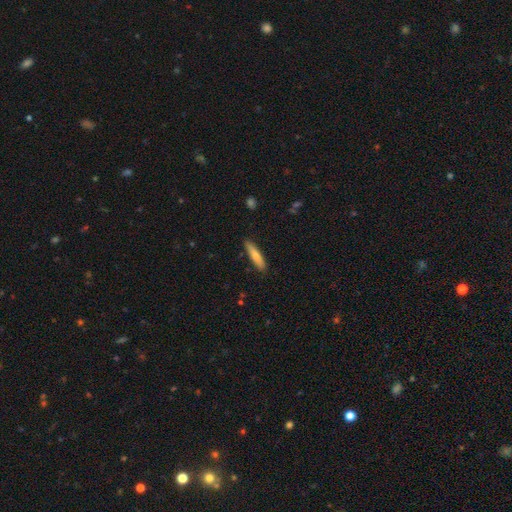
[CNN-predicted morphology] smooth 75%, featured or disk 19%, star or artifact 6%. Down the decision tree: how rounded — cigar-shaped (84%); merging — none (87%).